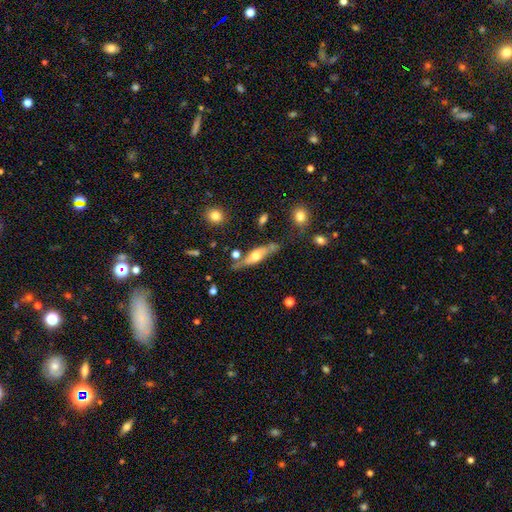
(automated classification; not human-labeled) smooth-or-featured: smooth: 48% | featured or disk: 45% | star or artifact: 7%
  merging: none: 56% | minor disturbance: 24% | merger: 12% | major disturbance: 8%